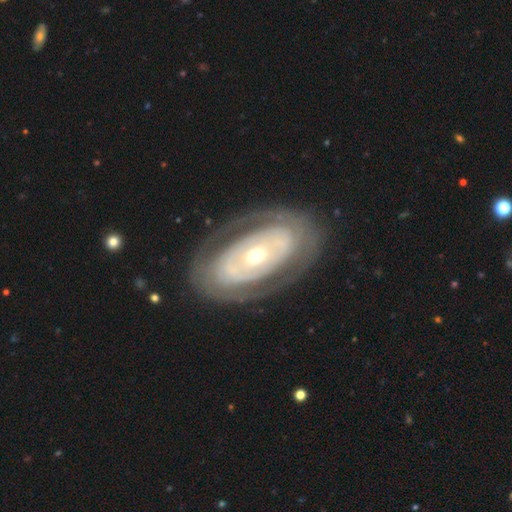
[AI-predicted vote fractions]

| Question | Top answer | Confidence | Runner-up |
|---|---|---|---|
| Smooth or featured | featured or disk | 74% | smooth (21%) |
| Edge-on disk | no | 92% | yes (8%) |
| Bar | no | 79% | weak (13%) |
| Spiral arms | no | 60% | yes (40%) |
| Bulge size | moderate | 53% | small (40%) |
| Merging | none | 80% | minor disturbance (12%) |